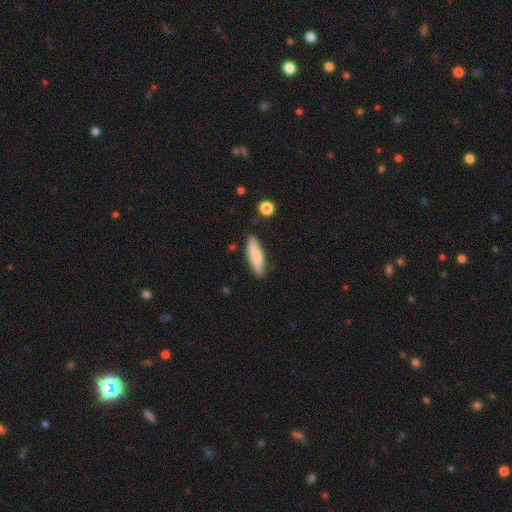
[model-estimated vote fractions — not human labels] The model was most divided on "how rounded": cigar-shaped: 55%, in between: 43%, round: 2%. More confident: merging — none (80%); smooth or featured — smooth (77%).